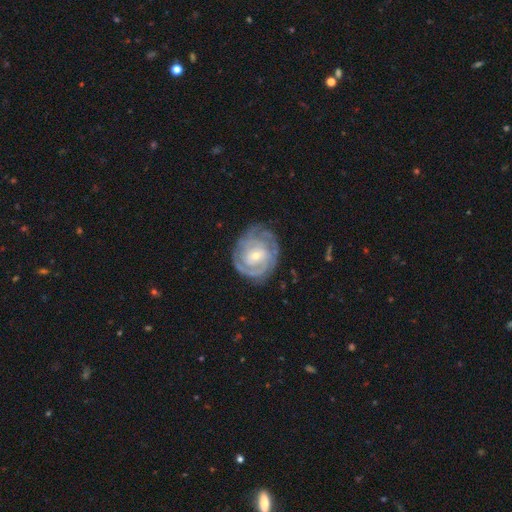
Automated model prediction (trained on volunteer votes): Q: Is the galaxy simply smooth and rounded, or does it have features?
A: featured or disk — 83%.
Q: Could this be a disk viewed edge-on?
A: no — 97%.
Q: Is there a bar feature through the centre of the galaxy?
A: no — 66%.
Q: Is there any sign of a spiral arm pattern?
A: yes — 93%.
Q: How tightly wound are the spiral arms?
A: tight — 75%.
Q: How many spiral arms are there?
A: can't tell — 38%.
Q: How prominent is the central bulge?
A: small — 64%.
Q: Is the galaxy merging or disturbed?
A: none — 71%.